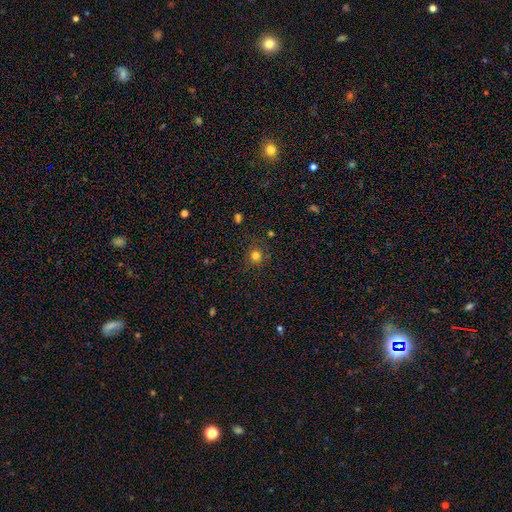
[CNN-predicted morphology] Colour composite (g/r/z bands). It shows a smooth galaxy with no disk features (78%) that is round (90%). Merging: none (83%).